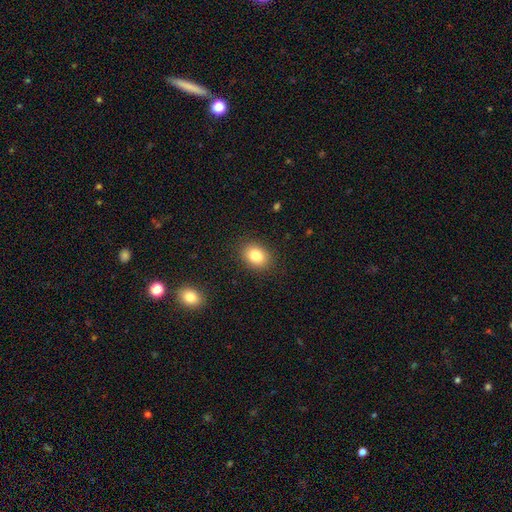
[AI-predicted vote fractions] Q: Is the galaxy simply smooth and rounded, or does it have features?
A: smooth — 83%.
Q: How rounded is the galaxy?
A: in between — 61%.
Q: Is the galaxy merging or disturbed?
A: none — 88%.